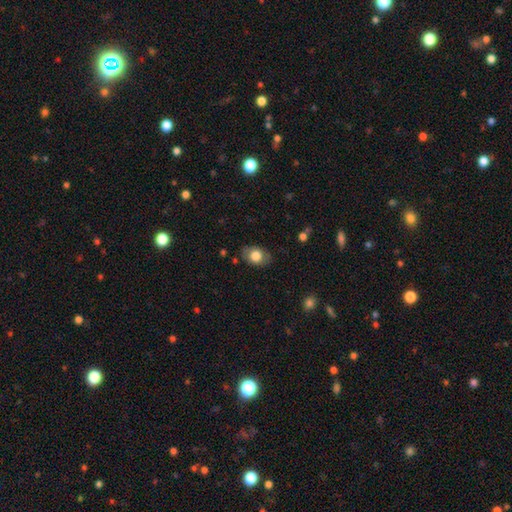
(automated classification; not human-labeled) This is likely a smooth galaxy (76%). How rounded: likely in between (74%). Merging: likely none (79%).